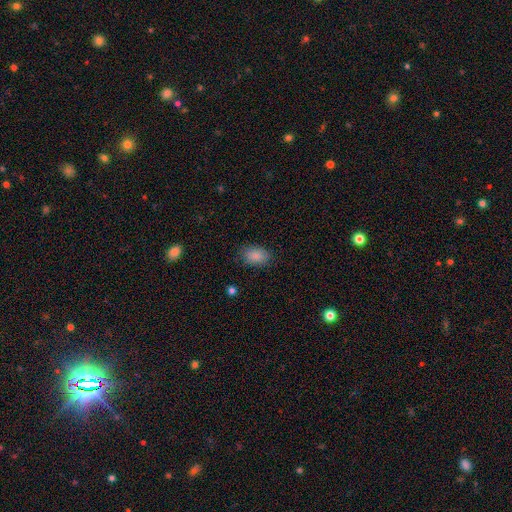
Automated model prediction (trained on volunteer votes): Smooth or featured: smooth — 87% (star or artifact — 8%)
How rounded: in between — 86% (round — 13%)
Merging: none — 83% (minor disturbance — 13%)